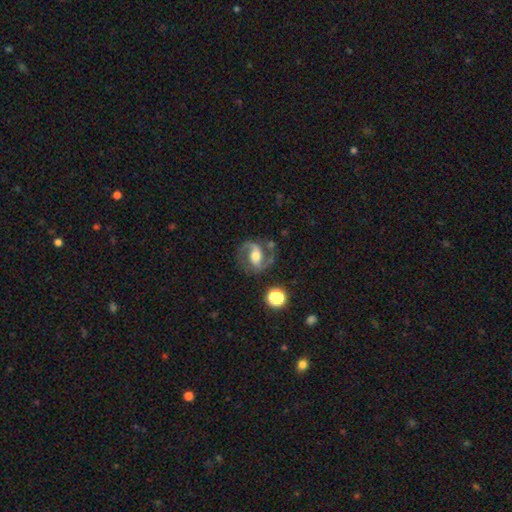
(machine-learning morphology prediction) featured or disk 87%, smooth 7%, star or artifact 6%. Down the decision tree: edge-on disk — no (98%); bar — weak (39%); spiral arms — yes (97%); spiral arm count — 2 (93%); spiral winding — medium (62%); bulge size — moderate (66%); merging — none (76%).